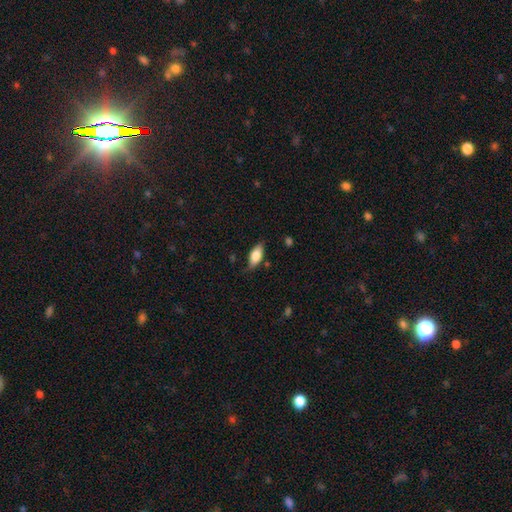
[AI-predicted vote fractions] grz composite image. It shows a smooth galaxy with no disk features (76%) that is in between round and cigar-shaped (84%). Merging: none (74%).